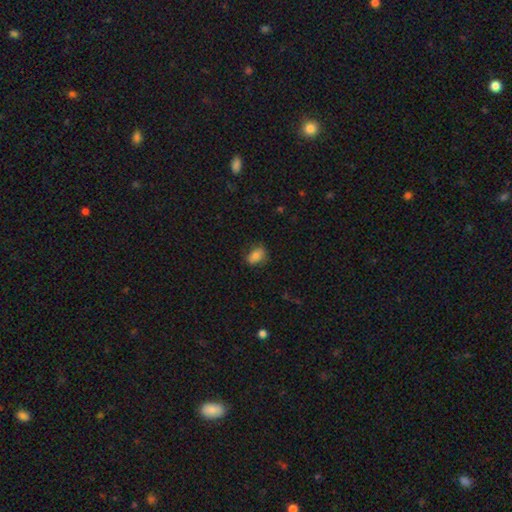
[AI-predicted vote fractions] A smooth galaxy with no disk features (78%) that is in between round and cigar-shaped (79%). Merging: none (75%).